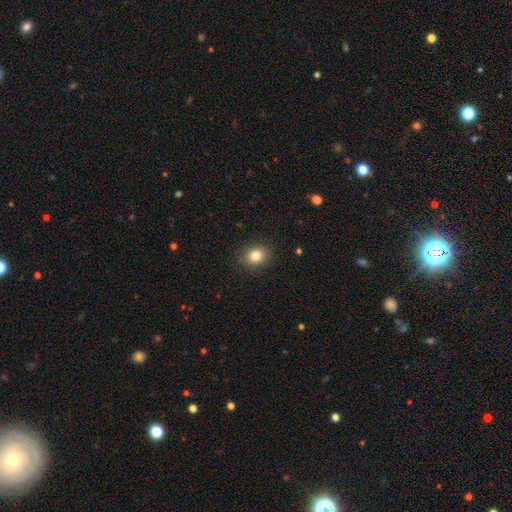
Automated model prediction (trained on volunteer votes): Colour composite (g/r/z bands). It shows a smooth galaxy with no disk features (83%) that is round (60%). Merging: none (89%).